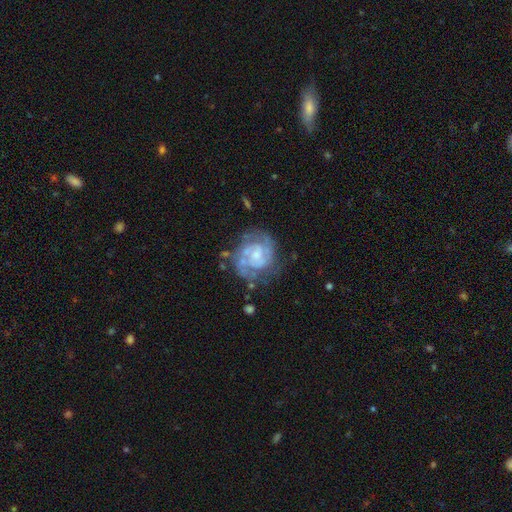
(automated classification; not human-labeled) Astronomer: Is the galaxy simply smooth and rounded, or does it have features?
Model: featured or disk — 83%.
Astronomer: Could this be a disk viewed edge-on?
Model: no — 98%.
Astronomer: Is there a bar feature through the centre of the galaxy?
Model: no — 61%.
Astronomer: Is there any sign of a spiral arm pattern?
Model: yes — 91%.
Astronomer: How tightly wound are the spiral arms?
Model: tight — 57% (runner-up: medium, 35%).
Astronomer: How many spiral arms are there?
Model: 2 — 57%.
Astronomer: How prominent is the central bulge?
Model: small — 45% (runner-up: moderate, 38%).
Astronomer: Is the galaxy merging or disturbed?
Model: none — 66%.